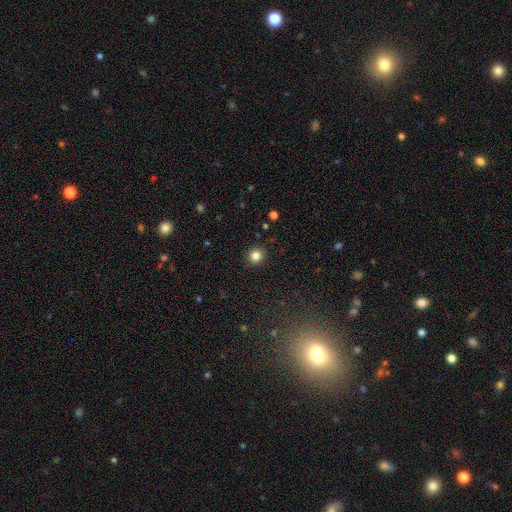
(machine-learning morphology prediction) This appears to be a smooth galaxy with no disk features (83%) that is round (91%). Merging: none (92%).